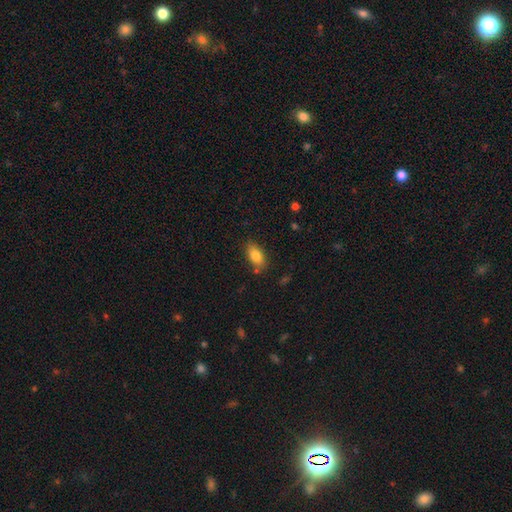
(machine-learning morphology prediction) Smooth or featured?
  - smooth: 83% *
  - featured or disk: 9%
  - star or artifact: 8%
How rounded?
  - in between: 89% *
  - cigar-shaped: 6%
  - round: 5%
Merging?
  - none: 79% *
  - minor disturbance: 14%
  - merger: 3%
  - major disturbance: 3%